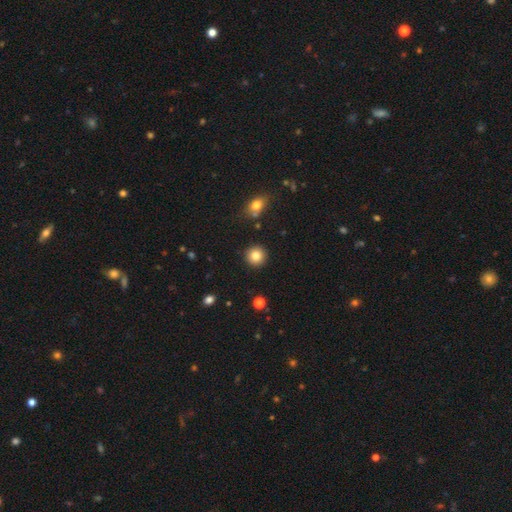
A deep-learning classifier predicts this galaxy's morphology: smooth 84%, star or artifact 10%, featured or disk 6%. Down the decision tree: how rounded — round (94%); merging — none (91%).